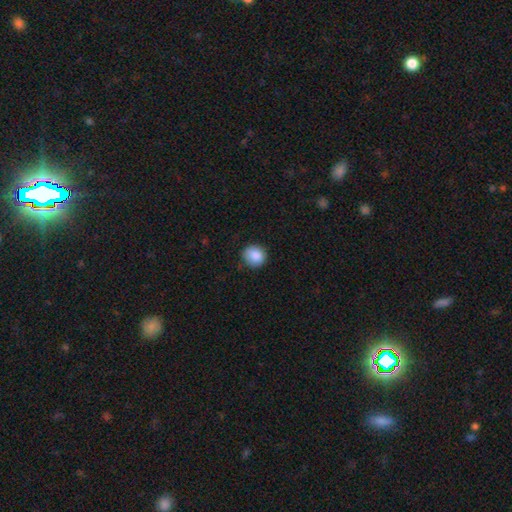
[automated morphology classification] Smooth or featured? Predicted: smooth (p=0.87). How rounded? Predicted: round (p=0.86). Merging? Predicted: none (p=0.81).